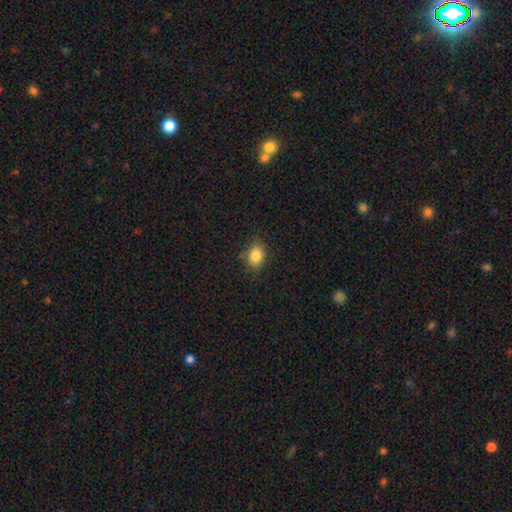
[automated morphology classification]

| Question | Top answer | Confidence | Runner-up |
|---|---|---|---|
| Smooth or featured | smooth | 84% | star or artifact (10%) |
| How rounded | in between | 67% | round (32%) |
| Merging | none | 77% | minor disturbance (18%) |